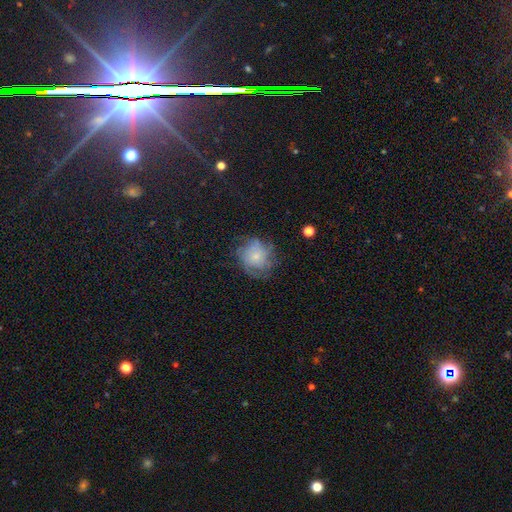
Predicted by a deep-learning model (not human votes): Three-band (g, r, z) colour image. It shows a smooth galaxy with no disk features (46%). Merging: none (61%).